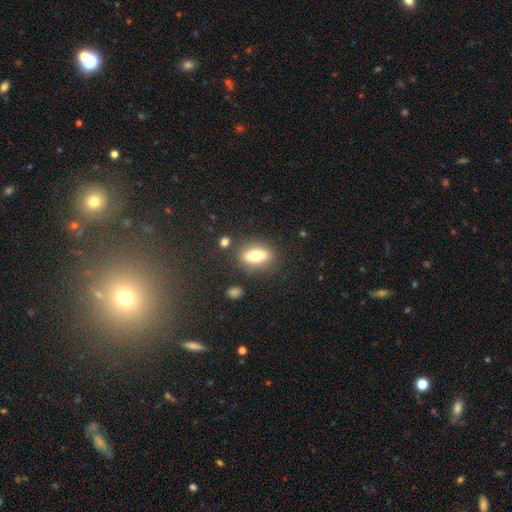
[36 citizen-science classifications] A smooth galaxy with no disk features (83%) that is in between round and cigar-shaped (87%). Merging: none (91%).